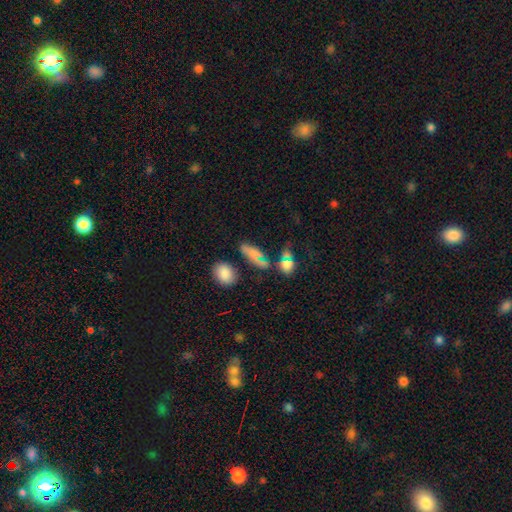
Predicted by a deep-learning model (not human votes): A smooth galaxy with no disk features (70%) that is in between round and cigar-shaped (60%). Merging: none (54%).